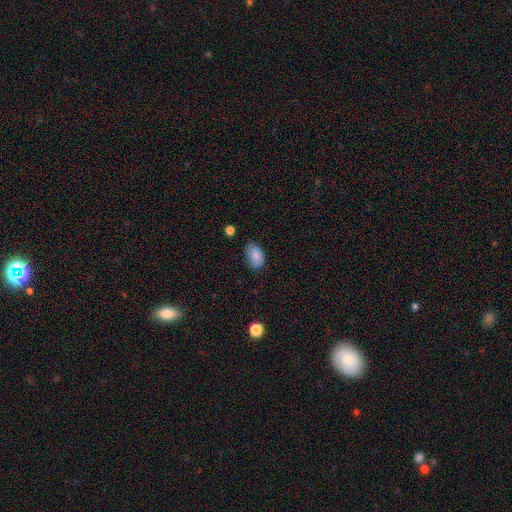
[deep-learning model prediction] Morphology: type=smooth (85%); roundness=in between (90%); merging=none (70%).